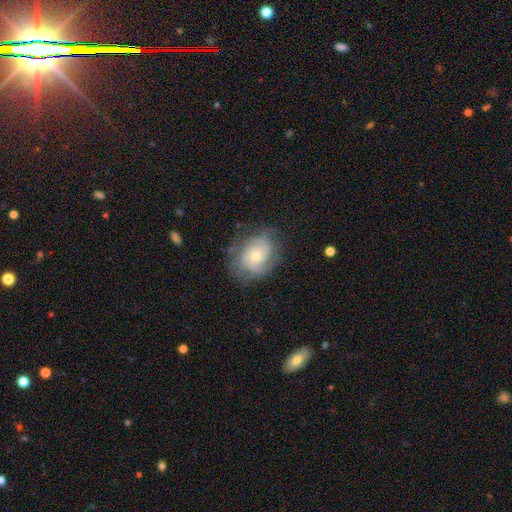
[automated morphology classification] smooth-or-featured: featured or disk: 61% | smooth: 31% | star or artifact: 8%
  disk-edge-on: no: 97% | yes: 3%
    bar: no: 80% | weak: 17% | strong: 3%
    has-spiral-arms: yes: 80% | no: 20%
    bulge-size: small: 55% | moderate: 39% | large: 3% | none: 2% | dominant: 1%
  merging: none: 65% | minor disturbance: 23% | major disturbance: 11% | merger: 1%